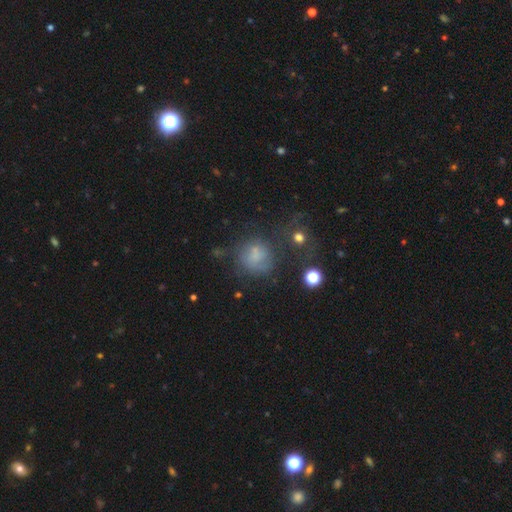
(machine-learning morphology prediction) Q: Smooth or featured?
A: smooth (56%); runner-up: featured or disk (27%)
Q: How rounded?
A: round (78%); runner-up: in between (21%)
Q: Merging?
A: none (48%); runner-up: minor disturbance (22%)